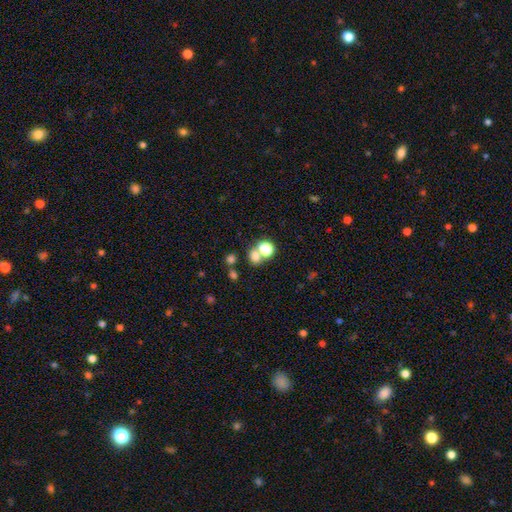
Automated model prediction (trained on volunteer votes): Smooth or featured? smooth (71%)
How rounded? round (69%)
Merging? none (51%)